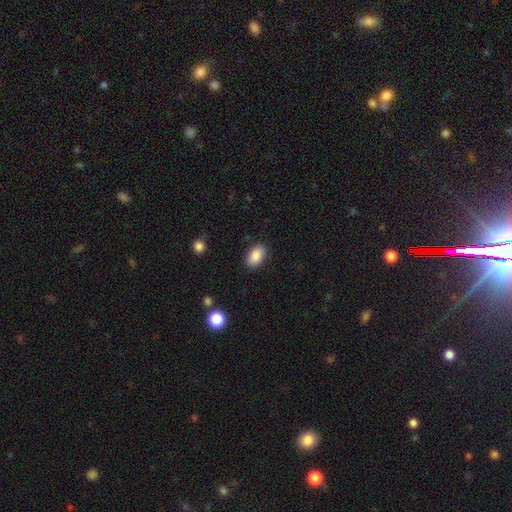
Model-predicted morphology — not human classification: This appears to be a smooth galaxy with no disk features (88%) that is in between round and cigar-shaped (91%). Merging: none (87%).